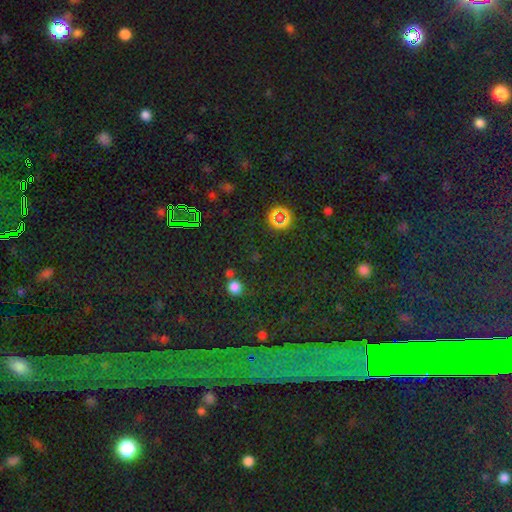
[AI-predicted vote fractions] Overall: star or artifact (75%).